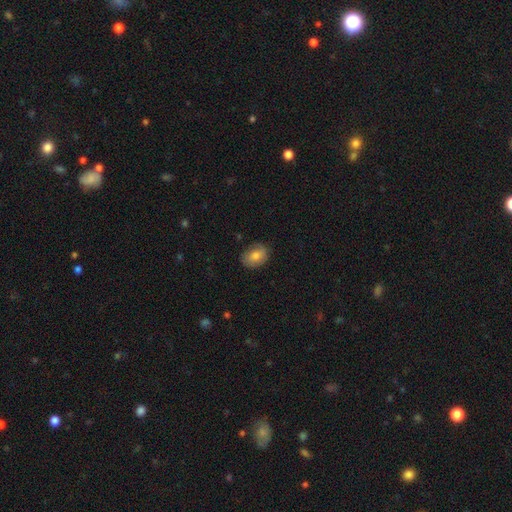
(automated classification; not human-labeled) Q: Smooth or featured?
A: smooth (75%); runner-up: featured or disk (17%)
Q: How rounded?
A: in between (68%); runner-up: round (31%)
Q: Merging?
A: none (79%); runner-up: minor disturbance (16%)